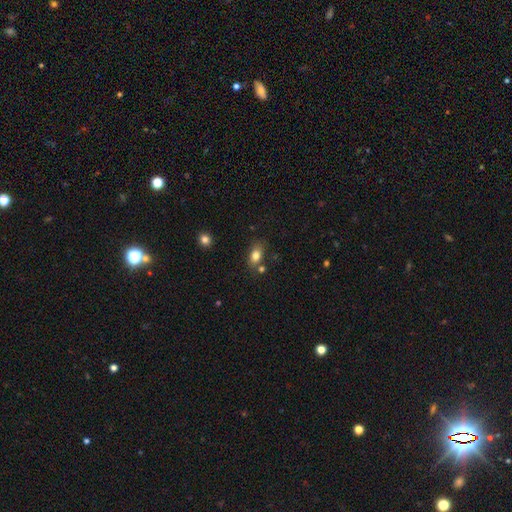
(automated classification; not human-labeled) Smooth or featured?
  - smooth: 80% *
  - featured or disk: 10%
  - star or artifact: 10%
How rounded?
  - in between: 82% *
  - round: 15%
  - cigar-shaped: 2%
Merging?
  - none: 70% *
  - minor disturbance: 15%
  - merger: 10%
  - major disturbance: 4%